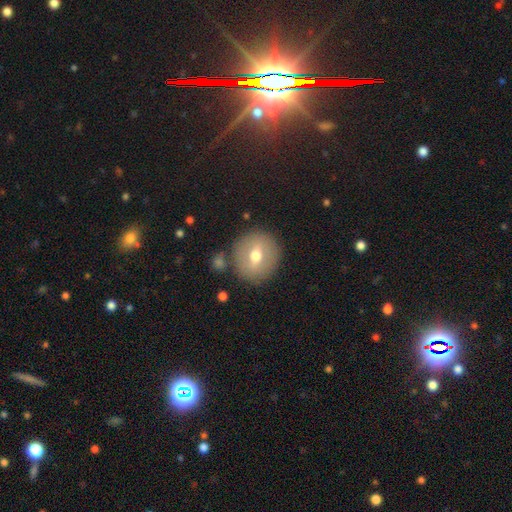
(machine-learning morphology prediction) This is possibly a smooth galaxy (55%). How rounded: clearly round (87%). Merging: clearly none (83%).